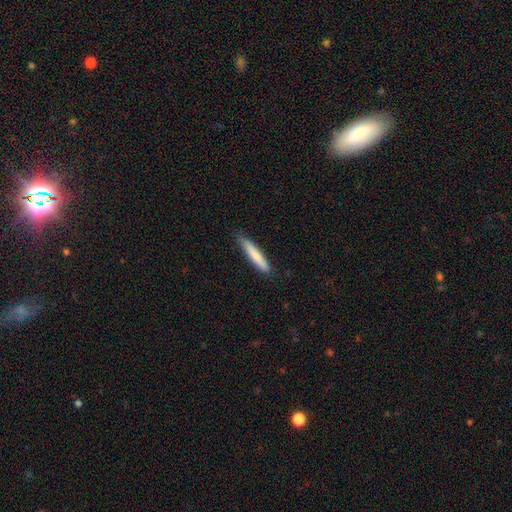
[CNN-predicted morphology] This is likely a smooth galaxy (76%). How rounded: clearly cigar-shaped (92%). Merging: clearly none (83%).